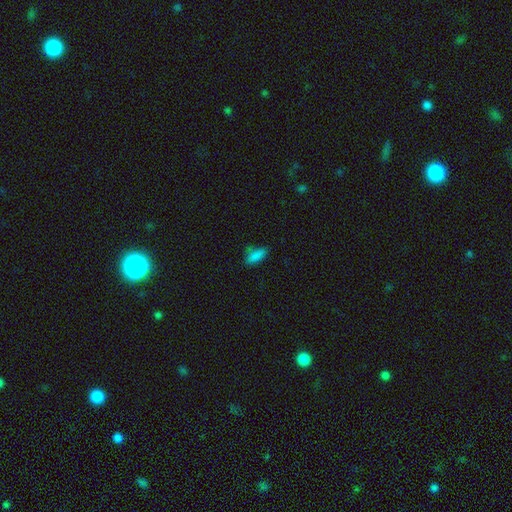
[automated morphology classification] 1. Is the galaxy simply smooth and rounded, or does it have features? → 84% smooth, 11% star or artifact, 5% featured or disk.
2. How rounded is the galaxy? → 78% in between, 19% cigar-shaped, 3% round.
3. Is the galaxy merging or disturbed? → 63% none, 24% minor disturbance, 6% major disturbance, 6% merger.